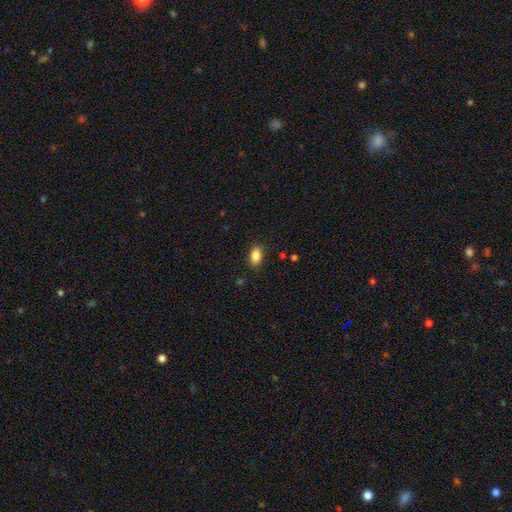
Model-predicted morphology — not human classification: Smooth or featured? Predicted: smooth (p=0.86). How rounded? Predicted: in between (p=0.87). Merging? Predicted: none (p=0.86).